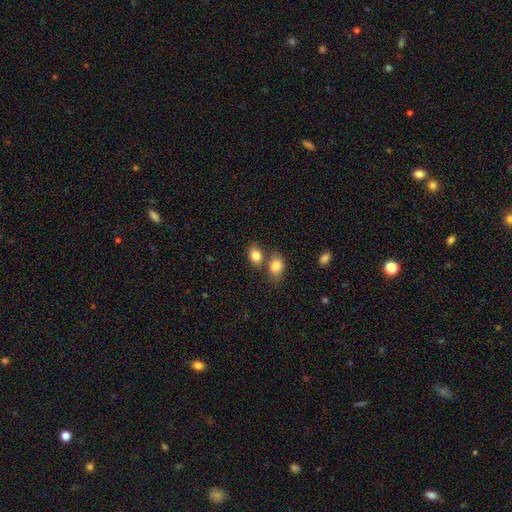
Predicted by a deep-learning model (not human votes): Smooth or featured?
  - smooth: 85% *
  - star or artifact: 9%
  - featured or disk: 6%
How rounded?
  - in between: 66% *
  - round: 32%
  - cigar-shaped: 1%
Merging?
  - none: 52% *
  - merger: 33%
  - minor disturbance: 11%
  - major disturbance: 4%